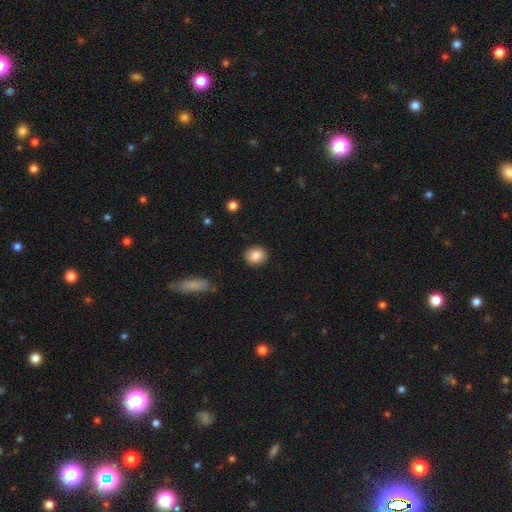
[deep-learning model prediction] smooth_or_featured: smooth (p=0.85) [alt: star or artifact p=0.08]
how_rounded: round (p=0.68) [alt: in between p=0.31]
merging: none (p=0.90) [alt: minor disturbance p=0.07]